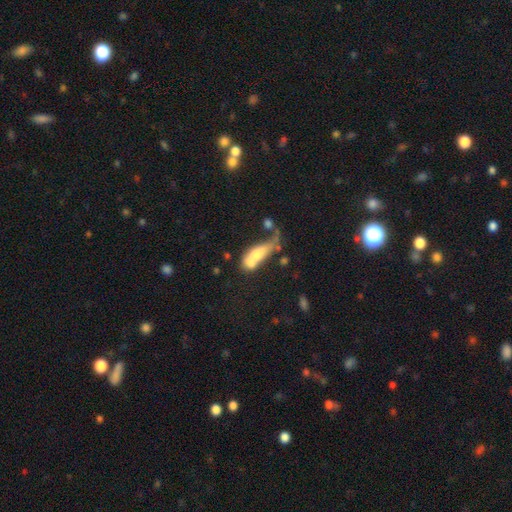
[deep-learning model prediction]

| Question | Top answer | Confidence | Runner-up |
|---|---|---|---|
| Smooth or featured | smooth | 61% | featured or disk (30%) |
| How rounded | in between | 65% | cigar-shaped (30%) |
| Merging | merger | 45% | major disturbance (21%) |